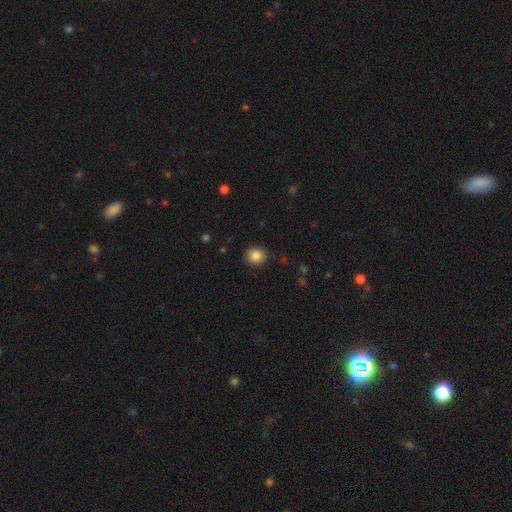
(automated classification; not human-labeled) This appears to be a smooth galaxy with no disk features (86%) that is round (84%). Merging: none (89%).